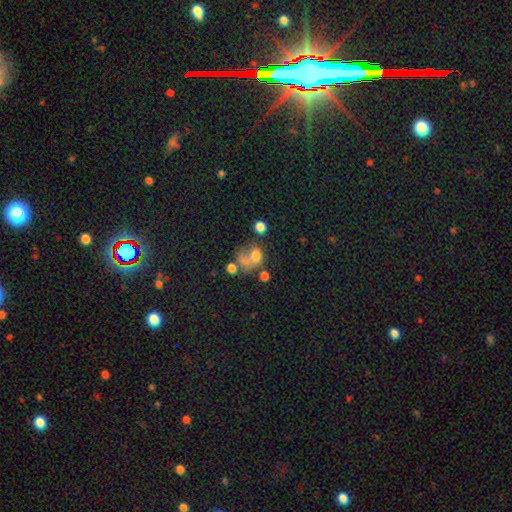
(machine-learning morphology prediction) A smooth galaxy with no disk features (58%) that is round (55%). Merging: merger (38%).